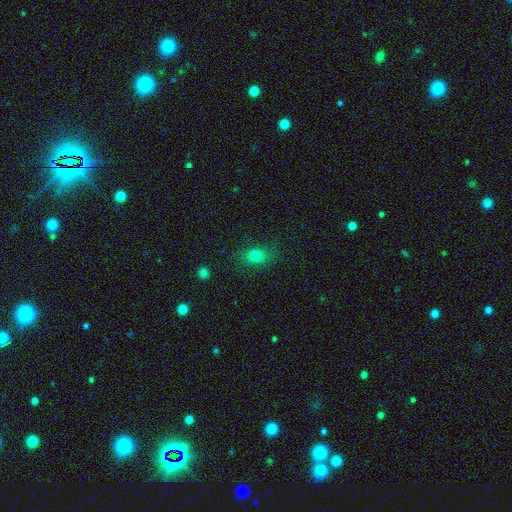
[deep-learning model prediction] Smooth or featured? Predicted: smooth (p=0.78). How rounded? Predicted: in between (p=0.57). Merging? Predicted: none (p=0.80).